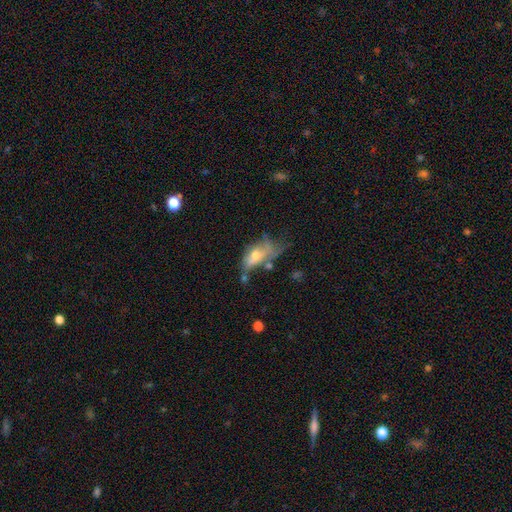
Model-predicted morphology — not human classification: smooth 47%, featured or disk 43%, star or artifact 10%. Down the decision tree: merging — major disturbance (37%).